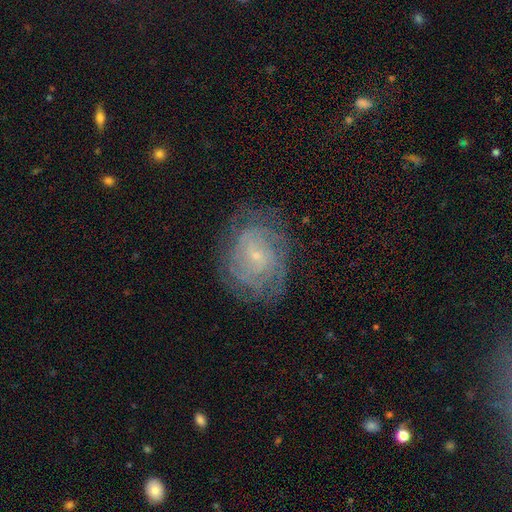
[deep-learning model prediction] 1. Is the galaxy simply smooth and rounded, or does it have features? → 78% featured or disk, 14% smooth, 8% star or artifact.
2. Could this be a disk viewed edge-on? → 97% no, 3% yes.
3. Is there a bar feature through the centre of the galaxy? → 64% no, 30% weak, 6% strong.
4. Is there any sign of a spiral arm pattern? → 92% yes, 8% no.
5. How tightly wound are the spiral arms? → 73% tight, 22% medium, 6% loose.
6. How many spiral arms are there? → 44% can't tell, 15% 2, 14% 4, 12% 3, 8% more than 4, 6% 1.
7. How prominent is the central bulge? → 83% small, 11% moderate, 4% none, 1% large, 1% dominant.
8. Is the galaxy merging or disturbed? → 76% none, 16% minor disturbance, 7% major disturbance, 1% merger.